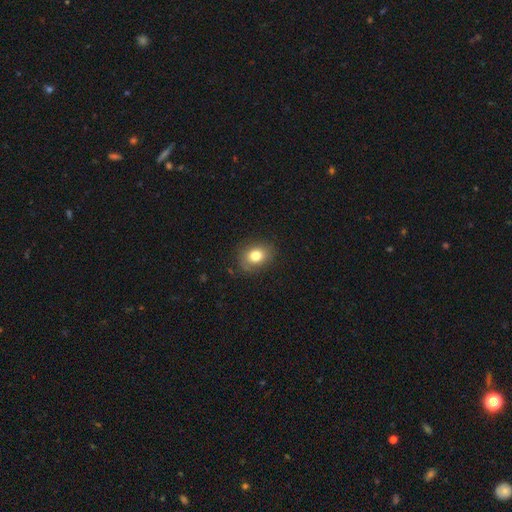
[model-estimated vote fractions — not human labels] This is likely a smooth galaxy (79%). How rounded: possibly in between (56%). Merging: clearly none (81%).